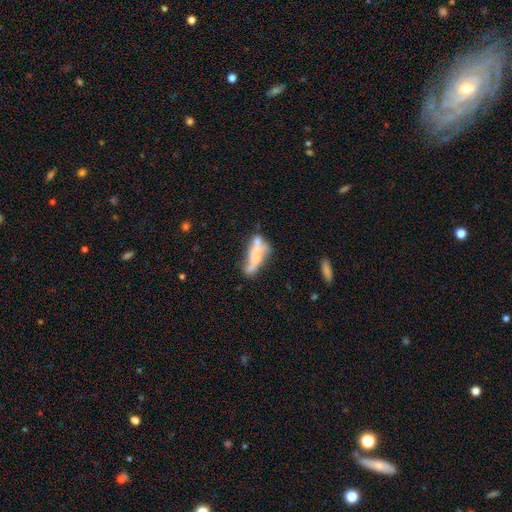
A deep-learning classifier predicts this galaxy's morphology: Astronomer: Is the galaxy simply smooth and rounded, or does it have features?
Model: featured or disk — 55% (runner-up: smooth, 36%).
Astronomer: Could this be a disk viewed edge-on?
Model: no — 82%.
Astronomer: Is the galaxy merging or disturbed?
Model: merger — 38% (runner-up: none, 28%).